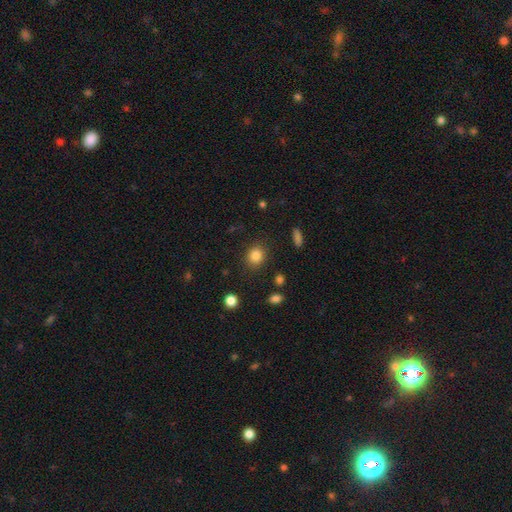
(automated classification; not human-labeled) A smooth galaxy with no disk features (84%) that is round (72%). Merging: none (86%).